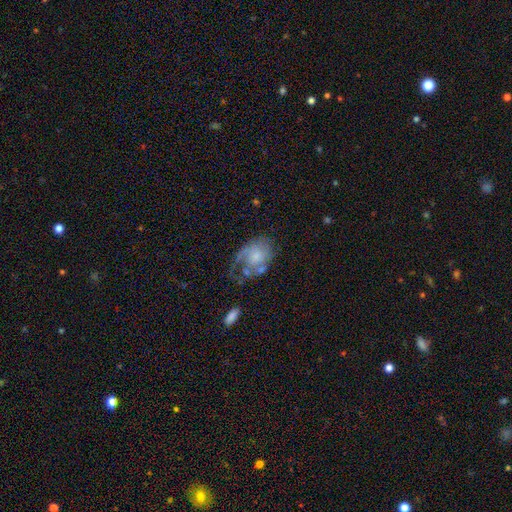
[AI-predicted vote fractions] smooth_or_featured: featured or disk (p=0.59) [alt: smooth p=0.34]
disk_edge_on: no (p=0.97) [alt: yes p=0.03]
bar: no (p=0.77) [alt: weak p=0.20]
has_spiral_arms: yes (p=0.71) [alt: no p=0.29]
bulge_size: small (p=0.38) [alt: moderate p=0.30]
merging: major disturbance (p=0.39) [alt: none p=0.31]